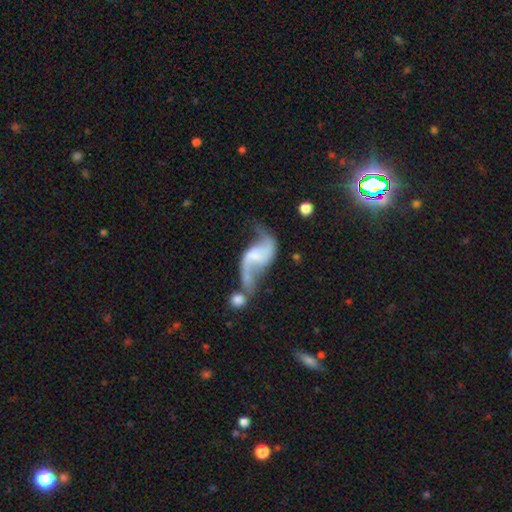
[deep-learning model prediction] Smooth or featured: featured or disk — 85% (smooth — 9%)
Edge-on disk: no — 97% (yes — 3%)
Bar: no — 42% (weak — 41%)
Spiral arms: yes — 93% (no — 7%)
Spiral winding: loose — 84% (medium — 13%)
Spiral arm count: 2 — 91% (1 — 4%)
Bulge size: none — 53% (small — 27%)
Merging: none — 41% (merger — 26%)